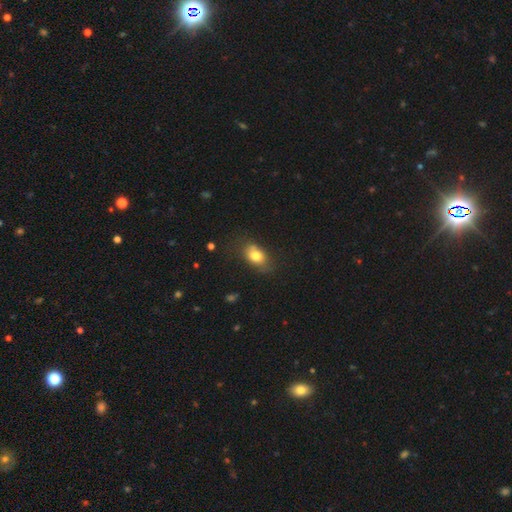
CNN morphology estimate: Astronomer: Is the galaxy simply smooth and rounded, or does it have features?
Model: smooth — 76%.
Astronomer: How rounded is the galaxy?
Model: in between — 79%.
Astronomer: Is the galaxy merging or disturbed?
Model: none — 64%.